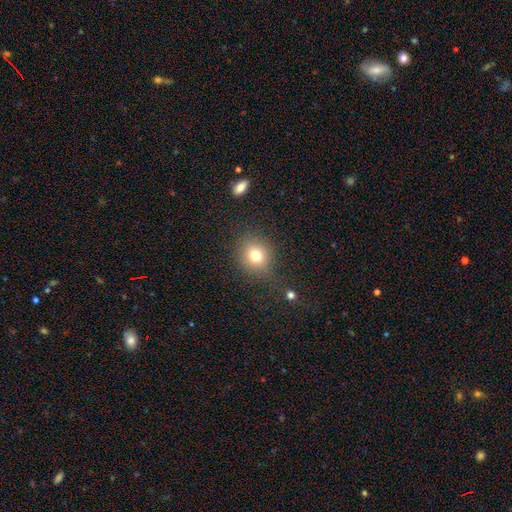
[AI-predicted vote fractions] Overall: smooth (78%). How rounded: round (75%). Merging: none (78%).